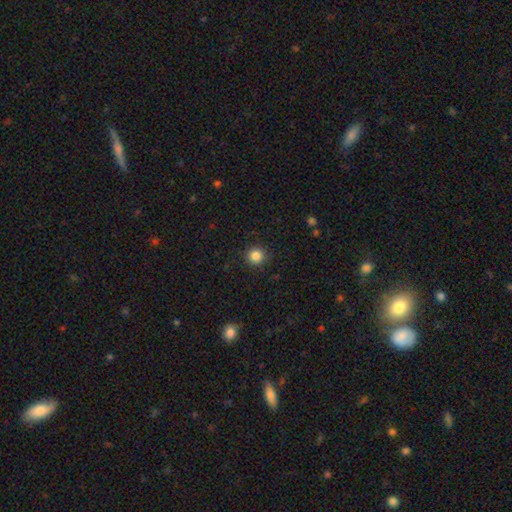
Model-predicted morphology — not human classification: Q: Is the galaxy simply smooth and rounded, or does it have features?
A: smooth — 85%.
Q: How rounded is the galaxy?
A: round — 93%.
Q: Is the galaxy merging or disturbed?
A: none — 91%.